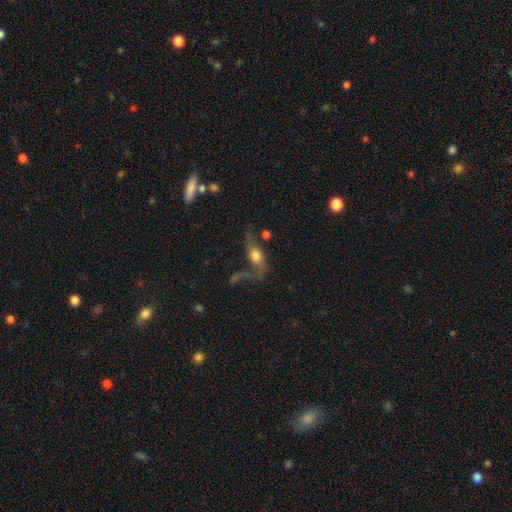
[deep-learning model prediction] Smooth or featured? featured or disk (48%)
Merging? major disturbance (37%)